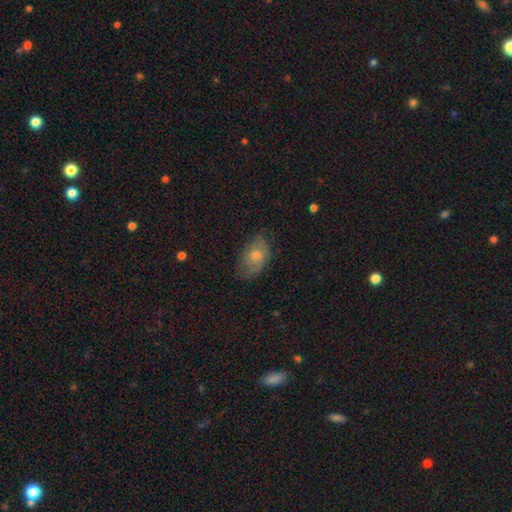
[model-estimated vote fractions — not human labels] Smooth or featured? Predicted: featured or disk (p=0.44). Merging? Predicted: none (p=0.69).